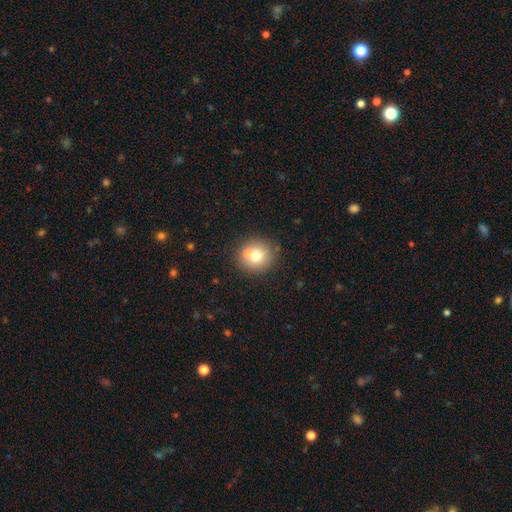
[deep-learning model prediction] Morphology: type=smooth (69%); roundness=round (87%); merging=none (60%).